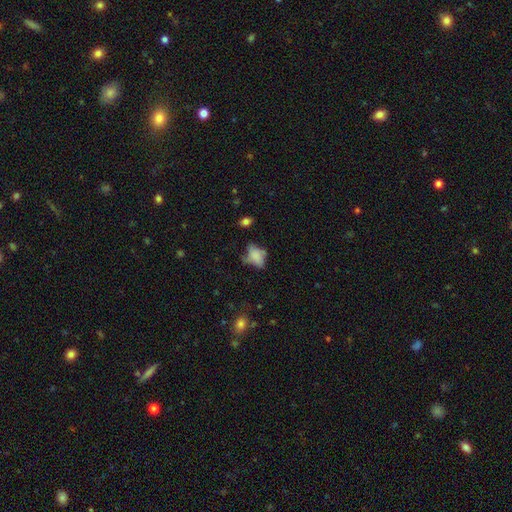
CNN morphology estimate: smooth_or_featured: smooth (p=0.69) [alt: featured or disk p=0.20]
how_rounded: in between (p=0.79) [alt: round p=0.18]
merging: none (p=0.37) [alt: minor disturbance p=0.31]